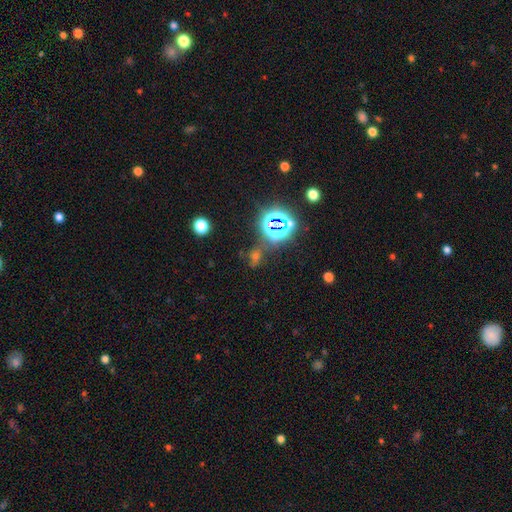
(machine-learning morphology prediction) Smooth or featured? star or artifact (63%)